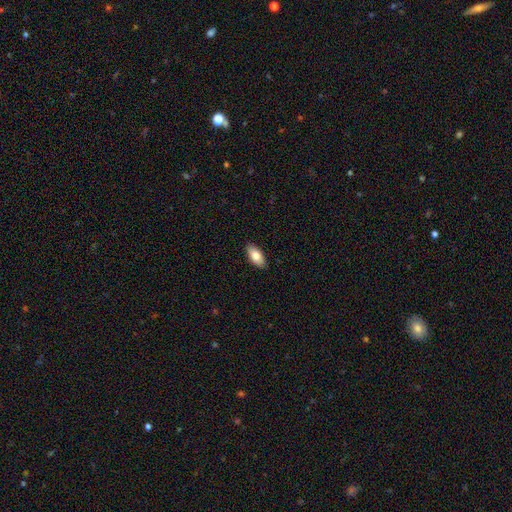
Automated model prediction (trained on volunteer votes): smooth_or_featured: smooth (p=0.79) [alt: featured or disk p=0.15]
how_rounded: in between (p=0.91) [alt: cigar-shaped p=0.07]
merging: none (p=0.89) [alt: minor disturbance p=0.08]